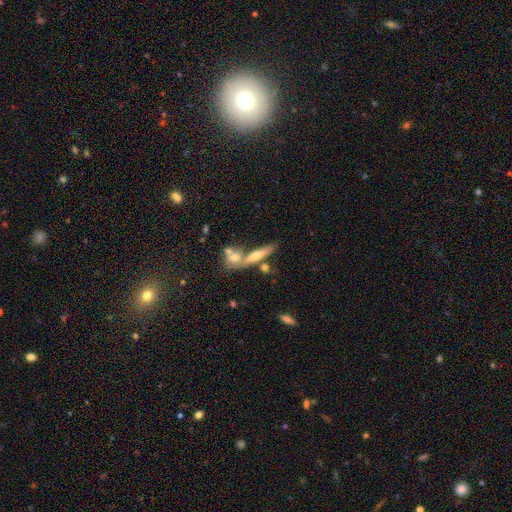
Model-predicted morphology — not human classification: This appears to be a featured or disk galaxy (48%). Merging: none (51%).